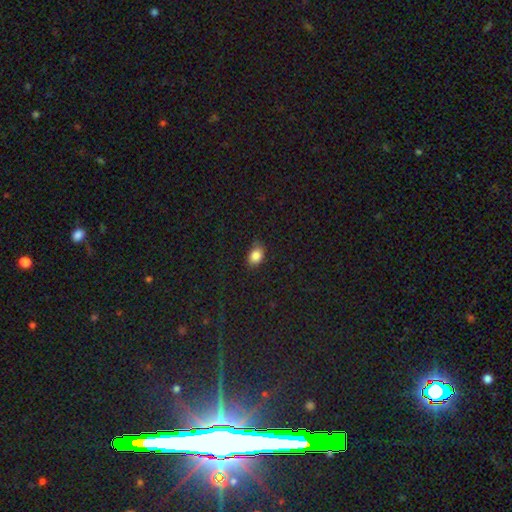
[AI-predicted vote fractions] Overall: smooth (85%). How rounded: in between (76%). Merging: none (77%).